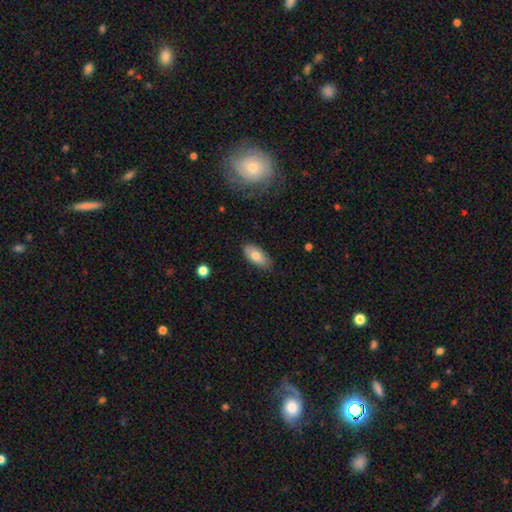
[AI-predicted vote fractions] Smooth or featured? Predicted: smooth (p=0.77). How rounded? Predicted: in between (p=0.89). Merging? Predicted: none (p=0.83).